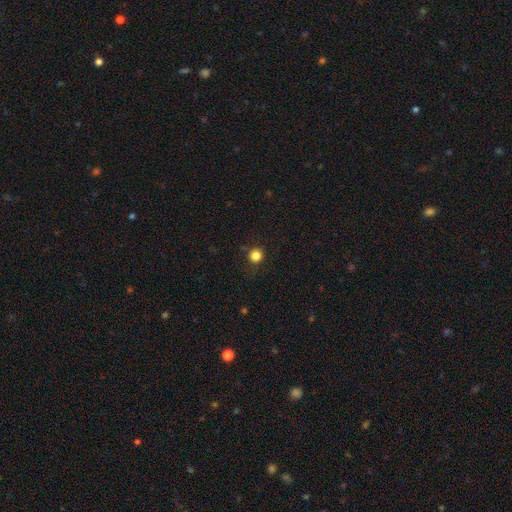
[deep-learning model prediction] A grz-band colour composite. It shows a smooth galaxy with no disk features (84%) that is round (93%). Merging: none (88%).